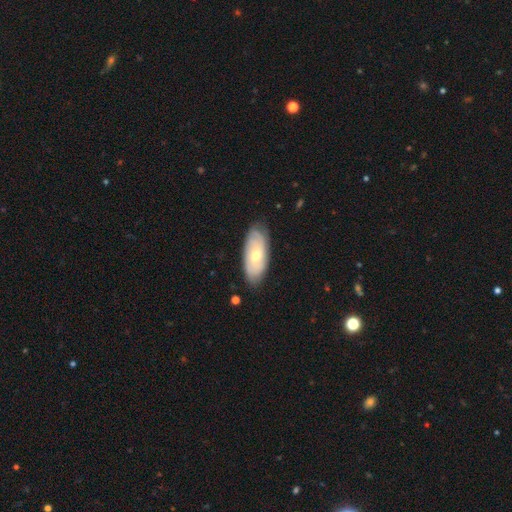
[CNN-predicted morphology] featured or disk 51%, smooth 43%, star or artifact 6%. Down the decision tree: edge-on disk — no (86%); merging — none (79%).